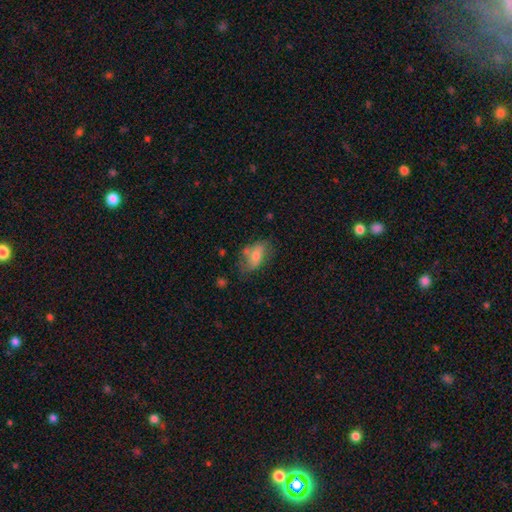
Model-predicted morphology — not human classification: Smooth or featured? Predicted: smooth (p=0.63). How rounded? Predicted: in between (p=0.88). Merging? Predicted: none (p=0.49).